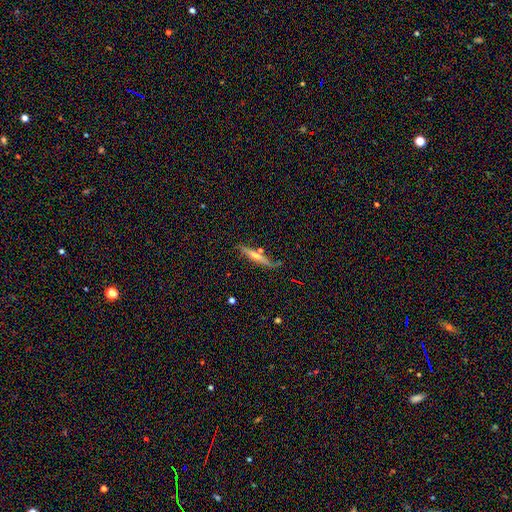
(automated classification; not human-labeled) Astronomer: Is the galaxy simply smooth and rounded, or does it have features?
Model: featured or disk — 56% (runner-up: smooth, 34%).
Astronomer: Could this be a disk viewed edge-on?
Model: yes — 93%.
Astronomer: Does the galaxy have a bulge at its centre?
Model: rounded — 72%.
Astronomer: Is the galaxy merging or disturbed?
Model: none — 81%.